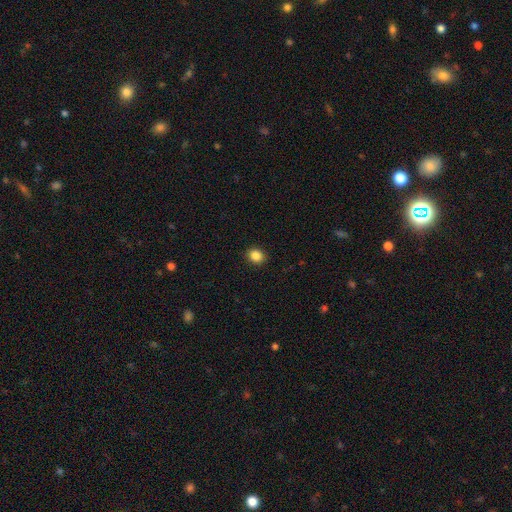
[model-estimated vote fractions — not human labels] Smooth or featured: smooth — 87% (star or artifact — 10%)
How rounded: round — 61% (in between — 38%)
Merging: none — 91% (minor disturbance — 6%)